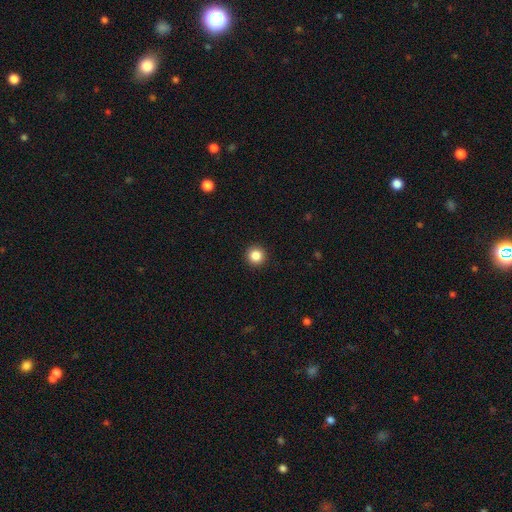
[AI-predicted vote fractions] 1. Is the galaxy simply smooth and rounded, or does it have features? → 86% smooth, 11% star or artifact, 4% featured or disk.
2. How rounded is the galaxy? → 96% round, 3% in between, 1% cigar-shaped.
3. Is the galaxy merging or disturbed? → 93% none, 4% minor disturbance, 2% major disturbance, 1% merger.